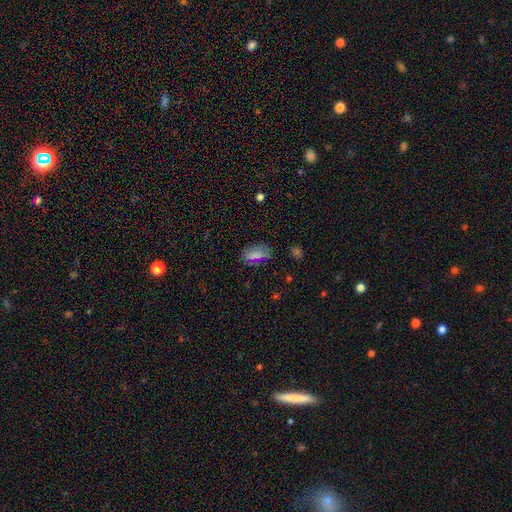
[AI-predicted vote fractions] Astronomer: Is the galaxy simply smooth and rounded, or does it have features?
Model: smooth — 76%.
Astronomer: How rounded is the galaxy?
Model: in between — 89%.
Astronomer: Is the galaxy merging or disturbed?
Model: none — 75%.